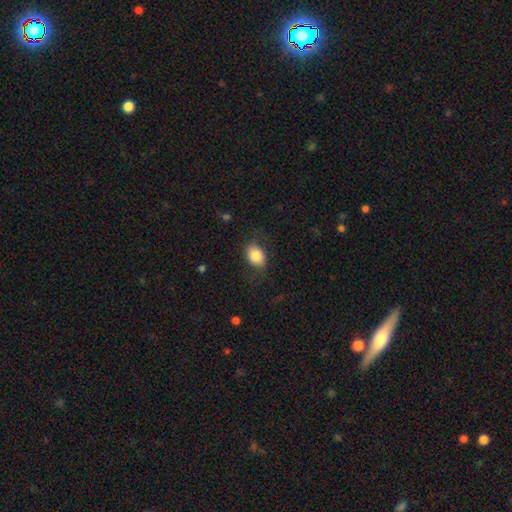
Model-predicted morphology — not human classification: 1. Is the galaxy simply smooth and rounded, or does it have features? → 84% smooth, 8% featured or disk, 8% star or artifact.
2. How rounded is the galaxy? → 74% in between, 25% round, 1% cigar-shaped.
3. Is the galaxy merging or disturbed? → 77% none, 15% minor disturbance, 6% major disturbance, 1% merger.